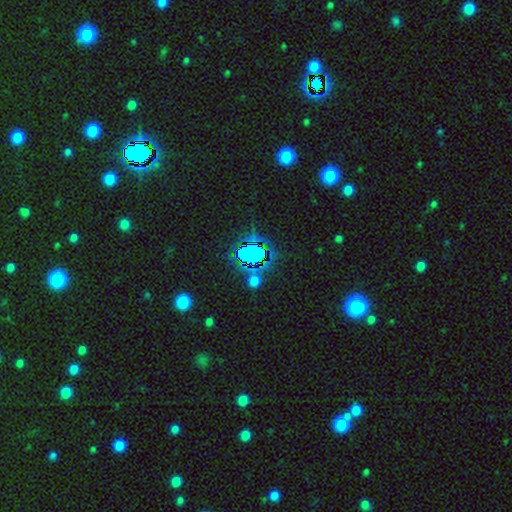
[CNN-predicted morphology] Q: Smooth or featured?
A: star or artifact (64%); runner-up: smooth (25%)